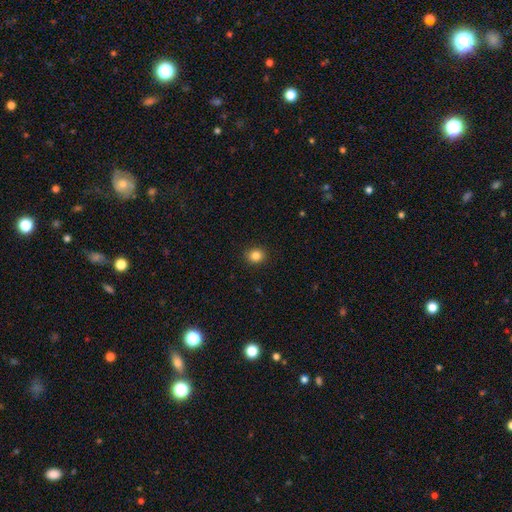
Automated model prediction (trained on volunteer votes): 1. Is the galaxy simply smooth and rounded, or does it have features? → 84% smooth, 11% star or artifact, 5% featured or disk.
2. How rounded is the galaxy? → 80% round, 19% in between, 1% cigar-shaped.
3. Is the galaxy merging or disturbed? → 91% none, 6% minor disturbance, 2% major disturbance, 1% merger.